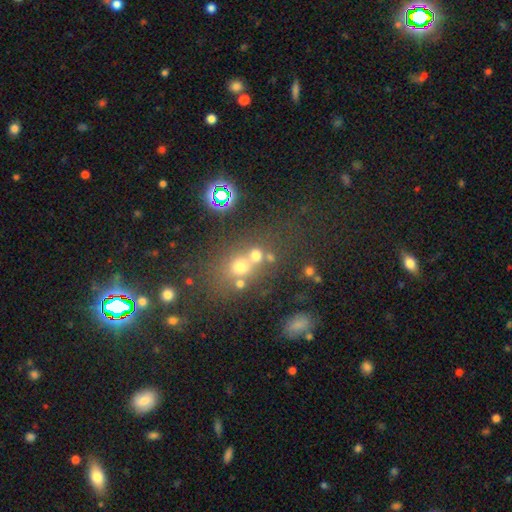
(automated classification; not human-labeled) smooth 59%, star or artifact 27%, featured or disk 15%. Down the decision tree: how rounded — round (73%); merging — none (46%).